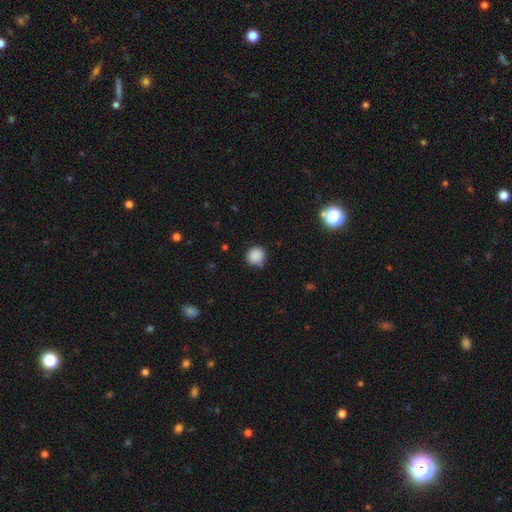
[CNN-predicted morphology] The model was most divided on "merging": none: 76%, minor disturbance: 16%, merger: 4%, major disturbance: 4%. More confident: how rounded — round (87%); smooth or featured — smooth (86%).